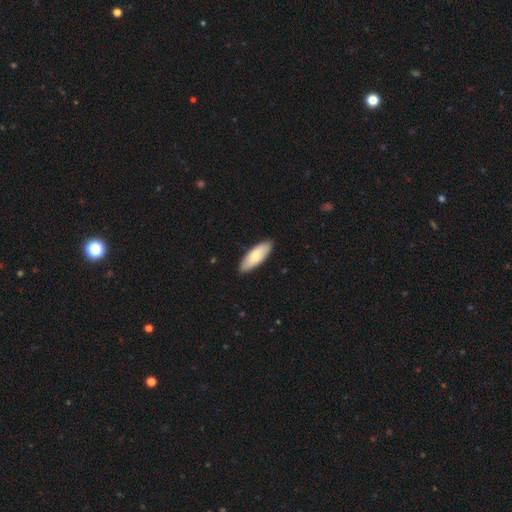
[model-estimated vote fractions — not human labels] Q: Smooth or featured?
A: smooth (76%); runner-up: featured or disk (19%)
Q: How rounded?
A: in between (72%); runner-up: cigar-shaped (26%)
Q: Merging?
A: none (87%); runner-up: minor disturbance (10%)